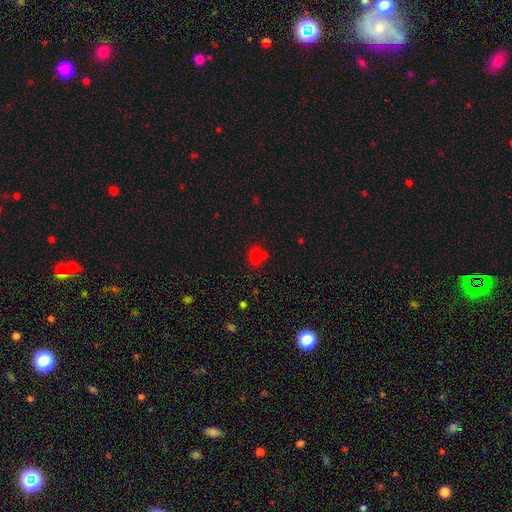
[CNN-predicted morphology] Smooth or featured?
  - smooth: 73% *
  - star or artifact: 20%
  - featured or disk: 8%
How rounded?
  - round: 54% *
  - in between: 44%
  - cigar-shaped: 1%
Merging?
  - none: 57% *
  - merger: 28%
  - minor disturbance: 11%
  - major disturbance: 4%